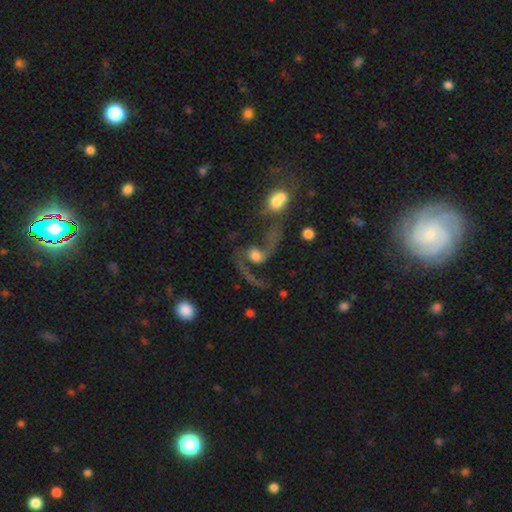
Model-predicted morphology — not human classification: smooth_or_featured: featured or disk (p=0.81) [alt: smooth p=0.11]
disk_edge_on: no (p=0.97) [alt: yes p=0.03]
bar: no (p=0.54) [alt: weak p=0.35]
has_spiral_arms: yes (p=0.93) [alt: no p=0.07]
spiral_winding: loose (p=0.80) [alt: medium p=0.16]
spiral_arm_count: 2 (p=0.89) [alt: 1 p=0.06]
bulge_size: moderate (p=0.43) [alt: large p=0.29]
merging: none (p=0.39) [alt: merger p=0.27]